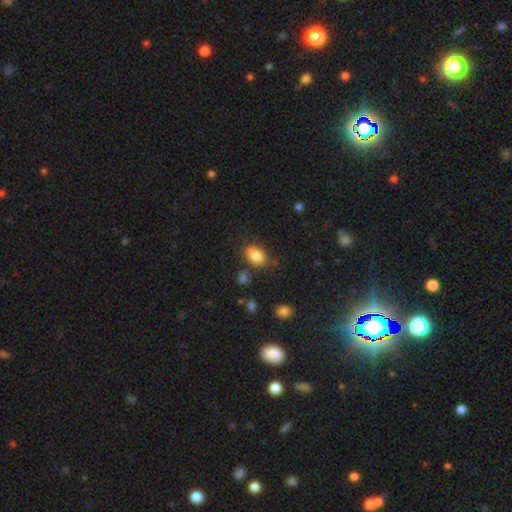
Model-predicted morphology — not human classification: A smooth galaxy with no disk features (83%) that is in between round and cigar-shaped (82%).

Vote fractions:
- Smooth or featured? smooth: 83% / star or artifact: 9% / featured or disk: 8%
- How rounded? in between: 82% / round: 16% / cigar-shaped: 2%
- Merging? none: 65% / minor disturbance: 21% / merger: 8% / major disturbance: 6%